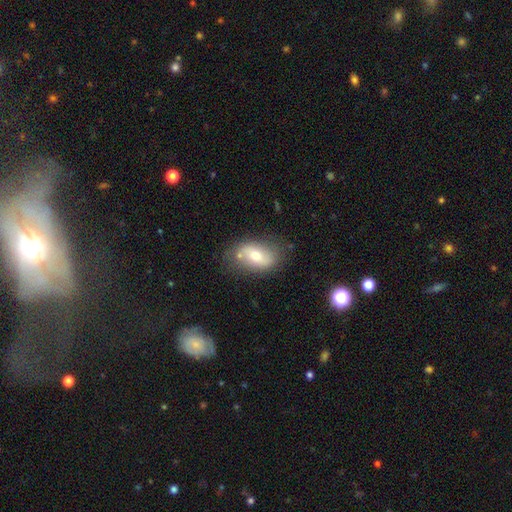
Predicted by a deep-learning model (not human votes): Overall: smooth (52%; featured or disk 40%). How rounded: in between (87%). Merging: none (69%).